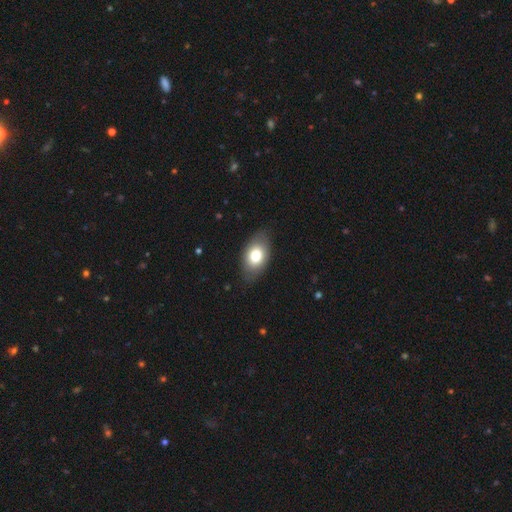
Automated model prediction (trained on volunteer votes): This is likely a smooth galaxy (75%). How rounded: clearly in between (89%). Merging: clearly none (83%).